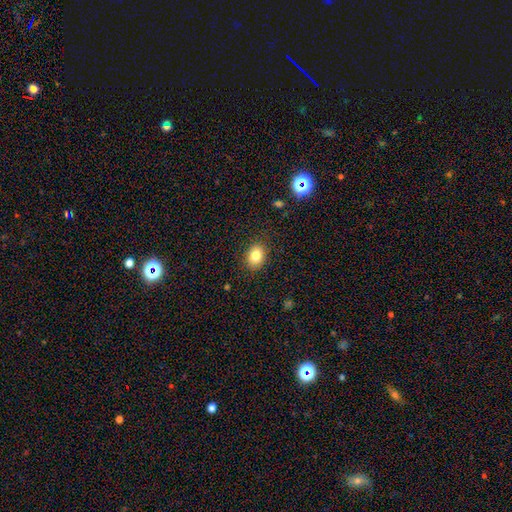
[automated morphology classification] A smooth galaxy with no disk features (82%) that is in between round and cigar-shaped (64%).

Vote fractions:
- Smooth or featured? smooth: 82% / star or artifact: 10% / featured or disk: 8%
- How rounded? in between: 64% / round: 35% / cigar-shaped: 1%
- Merging? none: 87% / minor disturbance: 9% / major disturbance: 3% / merger: 1%